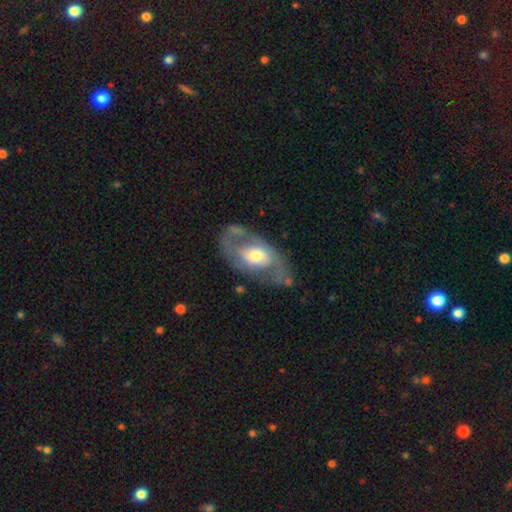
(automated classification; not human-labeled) Smooth or featured: featured or disk — 74% (smooth — 21%)
Edge-on disk: no — 93% (yes — 7%)
Bar: no — 52% (weak — 34%)
Spiral arms: yes — 74% (no — 26%)
Spiral winding: medium — 48% (loose — 26%)
Spiral arm count: 2 — 80% (can't tell — 11%)
Bulge size: moderate — 62% (small — 20%)
Merging: none — 68% (minor disturbance — 18%)